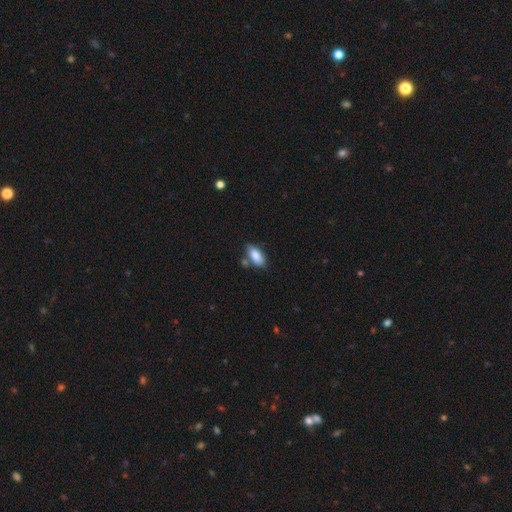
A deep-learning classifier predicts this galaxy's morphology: Smooth or featured? smooth (85%)
How rounded? in between (89%)
Merging? none (68%)